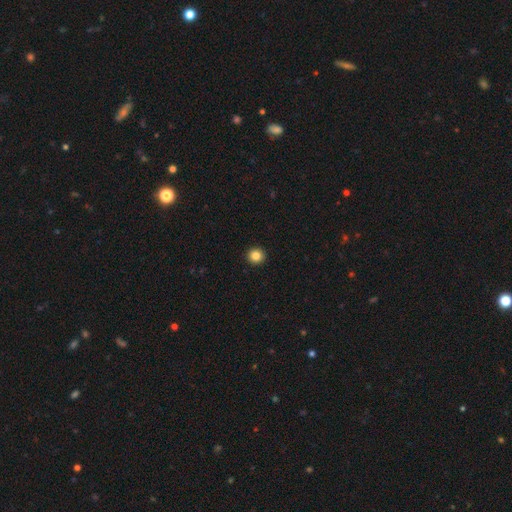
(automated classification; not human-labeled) A smooth galaxy with no disk features (85%) that is round (92%).

Vote fractions:
- Smooth or featured? smooth: 85% / star or artifact: 10% / featured or disk: 5%
- How rounded? round: 92% / in between: 7% / cigar-shaped: 1%
- Merging? none: 94% / minor disturbance: 4% / major disturbance: 1% / merger: 1%